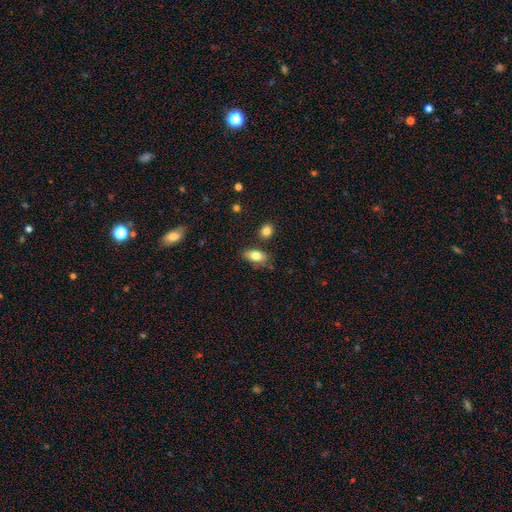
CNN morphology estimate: A smooth galaxy with no disk features (80%) that is in between round and cigar-shaped (88%).

Vote fractions:
- Smooth or featured? smooth: 80% / featured or disk: 12% / star or artifact: 8%
- How rounded? in between: 88% / round: 6% / cigar-shaped: 5%
- Merging? none: 74% / minor disturbance: 17% / merger: 6% / major disturbance: 3%